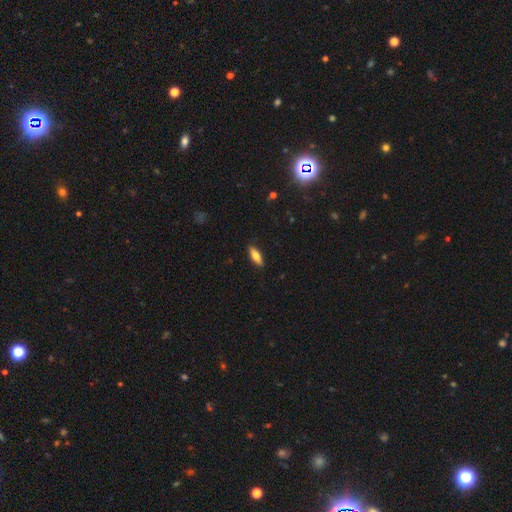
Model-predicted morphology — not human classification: Smooth or featured: smooth — 69% (featured or disk — 24%)
How rounded: in between — 55% (cigar-shaped — 42%)
Merging: none — 89% (minor disturbance — 8%)